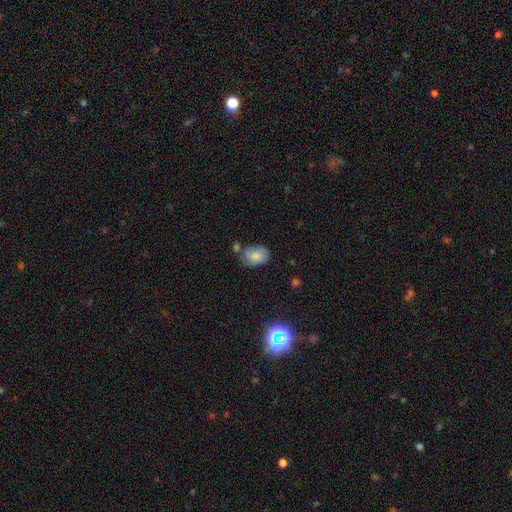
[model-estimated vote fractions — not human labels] Q: Smooth or featured?
A: smooth (74%); runner-up: featured or disk (16%)
Q: How rounded?
A: in between (80%); runner-up: round (19%)
Q: Merging?
A: none (52%); runner-up: minor disturbance (28%)